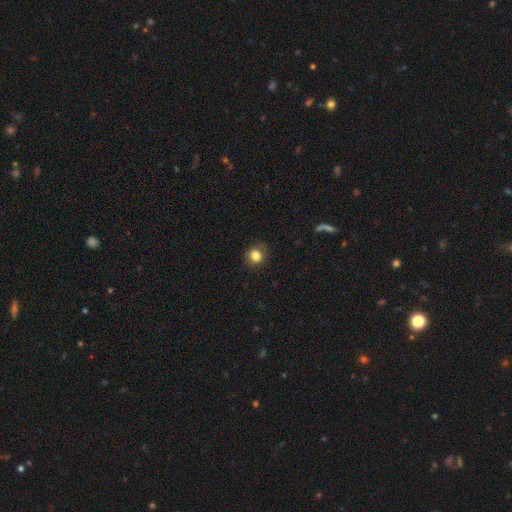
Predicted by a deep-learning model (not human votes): Overall: smooth (83%). How rounded: round (84%). Merging: none (85%).